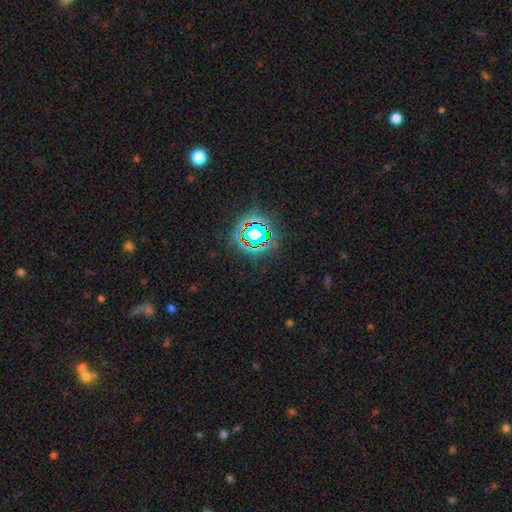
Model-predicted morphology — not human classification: This is likely a star or artifact rather than a galaxy (77%).